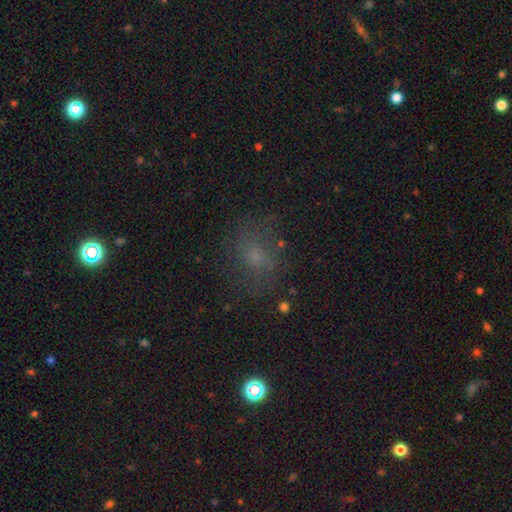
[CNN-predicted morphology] The model was most divided on "how rounded": in between: 52%, round: 46%, cigar-shaped: 2%. More confident: merging — none (66%); smooth or featured — smooth (53%).